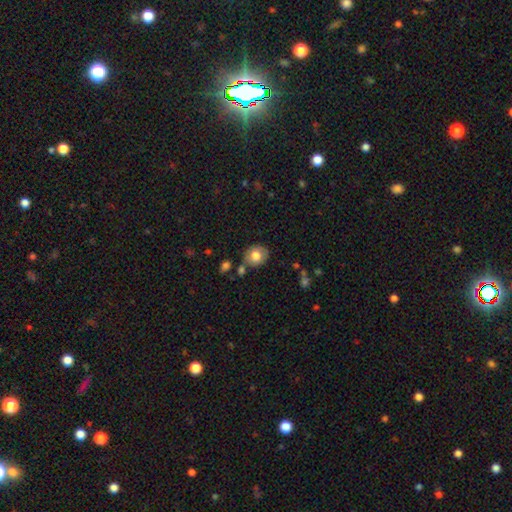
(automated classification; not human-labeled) Q: Smooth or featured?
A: smooth (75%); runner-up: featured or disk (17%)
Q: How rounded?
A: round (66%); runner-up: in between (33%)
Q: Merging?
A: none (75%); runner-up: minor disturbance (14%)